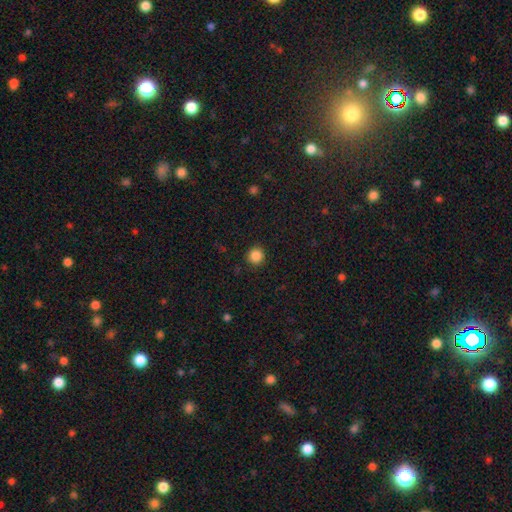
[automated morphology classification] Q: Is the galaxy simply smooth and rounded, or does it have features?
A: smooth — 86%.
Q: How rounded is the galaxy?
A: round — 94%.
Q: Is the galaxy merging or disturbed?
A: none — 91%.